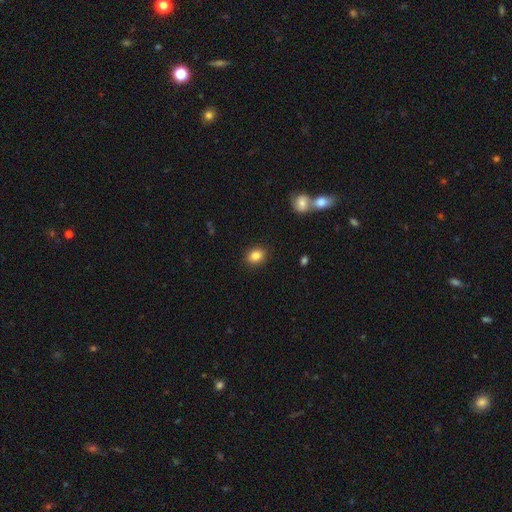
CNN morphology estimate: A smooth galaxy with no disk features (84%) that is in between round and cigar-shaped (53%).

Vote fractions:
- Smooth or featured? smooth: 84% / star or artifact: 10% / featured or disk: 6%
- How rounded? in between: 53% / round: 46% / cigar-shaped: 1%
- Merging? none: 89% / minor disturbance: 8% / major disturbance: 2% / merger: 1%